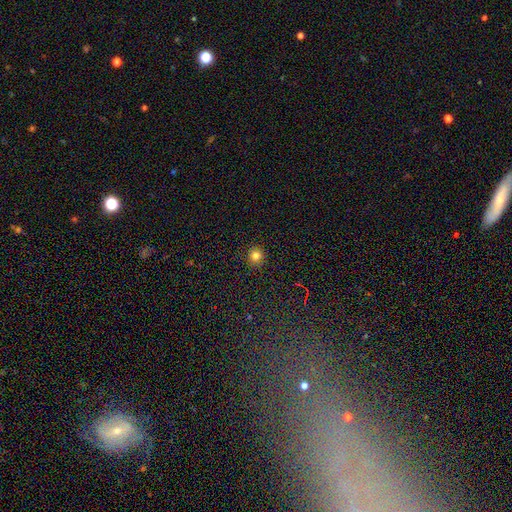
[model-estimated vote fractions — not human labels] Smooth or featured? Predicted: smooth (p=0.80). How rounded? Predicted: round (p=0.90). Merging? Predicted: none (p=0.90).